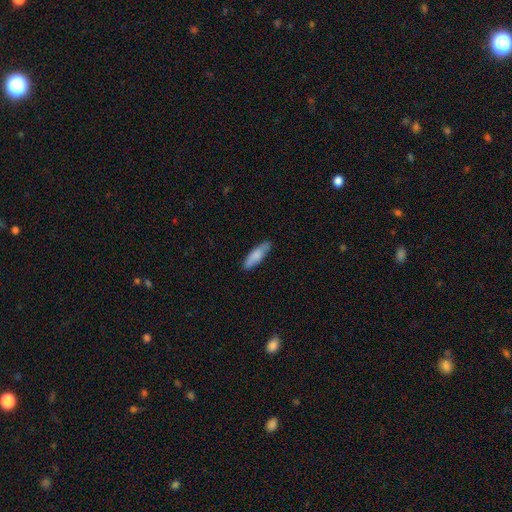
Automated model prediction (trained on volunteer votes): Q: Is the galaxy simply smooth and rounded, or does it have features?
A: smooth — 81%.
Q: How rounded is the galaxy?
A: cigar-shaped — 61%.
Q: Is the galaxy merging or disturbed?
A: none — 80%.